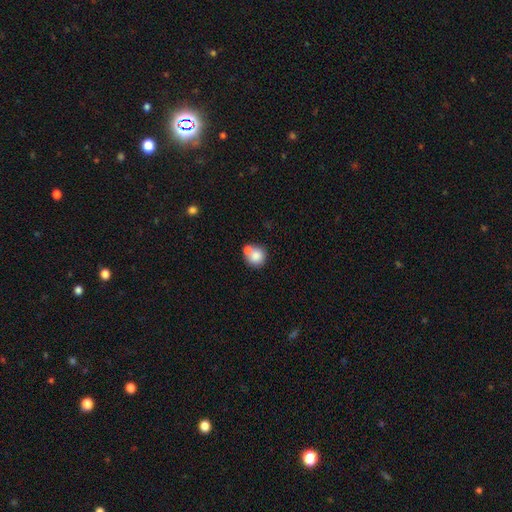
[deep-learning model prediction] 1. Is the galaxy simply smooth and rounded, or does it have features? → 81% smooth, 10% featured or disk, 9% star or artifact.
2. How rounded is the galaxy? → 88% round, 11% in between, 1% cigar-shaped.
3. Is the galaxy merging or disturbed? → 50% none, 36% merger, 10% minor disturbance, 4% major disturbance.